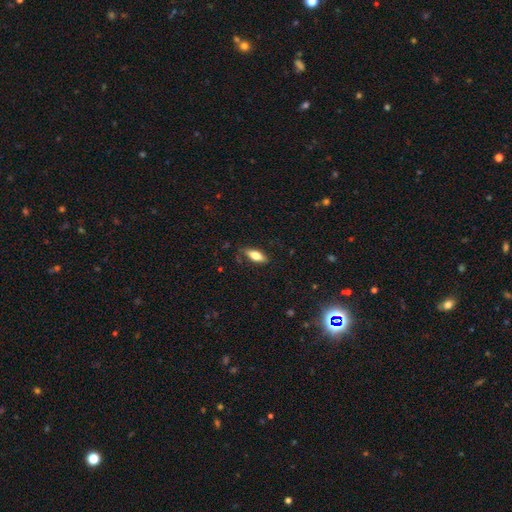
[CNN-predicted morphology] Smooth or featured? smooth (69%)
How rounded? in between (68%)
Merging? none (78%)